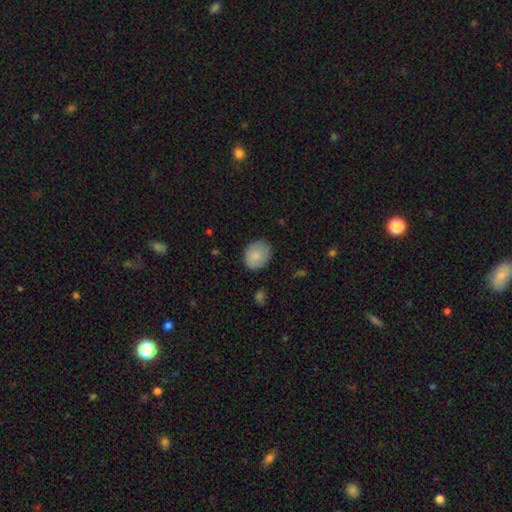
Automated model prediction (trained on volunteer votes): Q: Smooth or featured?
A: smooth (85%); runner-up: featured or disk (8%)
Q: How rounded?
A: round (53%); runner-up: in between (46%)
Q: Merging?
A: none (81%); runner-up: minor disturbance (14%)